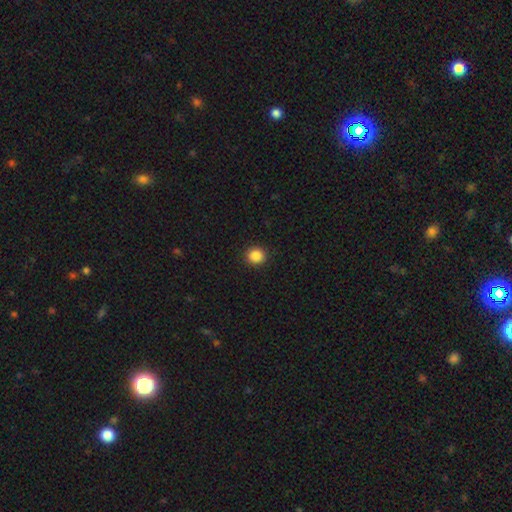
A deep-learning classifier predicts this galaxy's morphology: smooth-or-featured: smooth: 87% | star or artifact: 10% | featured or disk: 3%
  how-rounded: round: 90% | in between: 9% | cigar-shaped: 1%
  merging: none: 92% | minor disturbance: 5% | major disturbance: 2% | merger: 1%